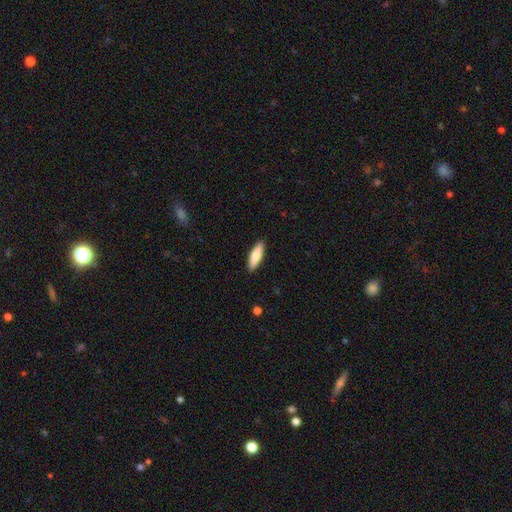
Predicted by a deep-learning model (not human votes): Q: Smooth or featured?
A: smooth (75%); runner-up: featured or disk (20%)
Q: How rounded?
A: cigar-shaped (57%); runner-up: in between (41%)
Q: Merging?
A: none (90%); runner-up: minor disturbance (8%)